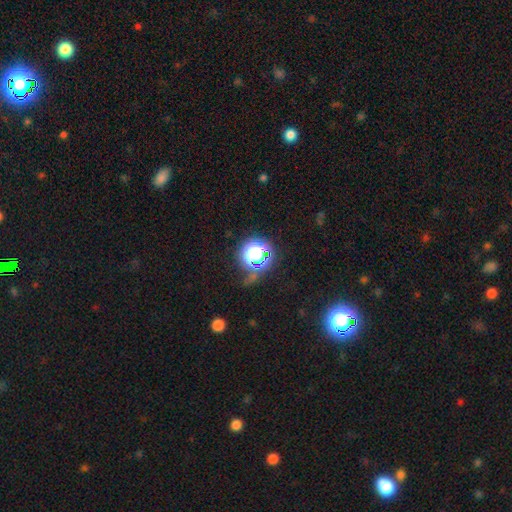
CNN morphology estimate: star or artifact 75%, smooth 18%, featured or disk 7%.